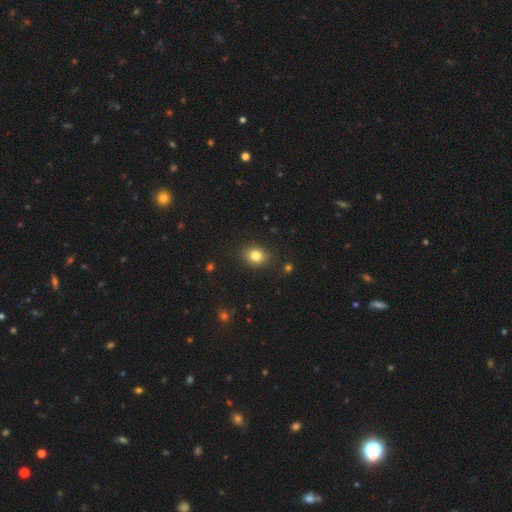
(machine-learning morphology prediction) This is clearly a smooth galaxy (82%). How rounded: possibly round (54%). Merging: clearly none (87%).